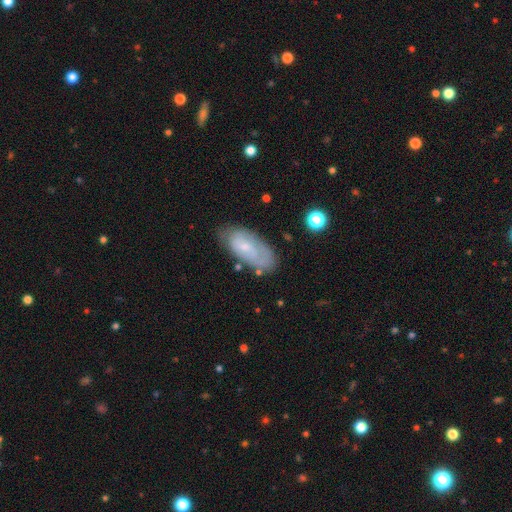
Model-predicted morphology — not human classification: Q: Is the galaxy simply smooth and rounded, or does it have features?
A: smooth — 46%.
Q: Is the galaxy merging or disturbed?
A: none — 70%.